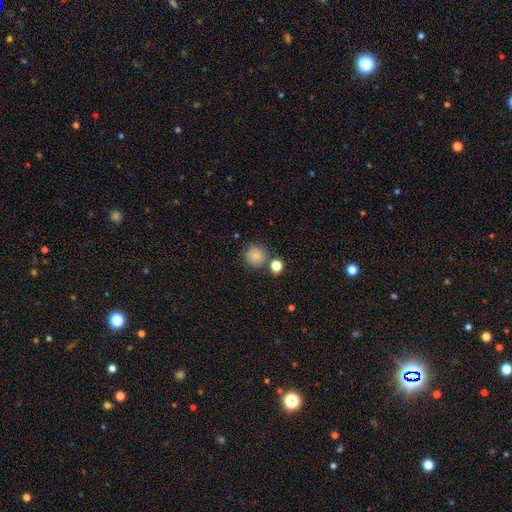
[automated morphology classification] Smooth or featured?
  - smooth: 83% *
  - star or artifact: 11%
  - featured or disk: 6%
How rounded?
  - round: 92% *
  - in between: 7%
  - cigar-shaped: 1%
Merging?
  - none: 75% *
  - merger: 11%
  - minor disturbance: 10%
  - major disturbance: 3%